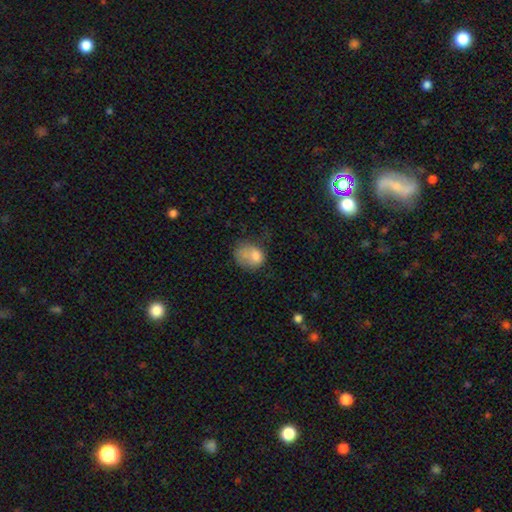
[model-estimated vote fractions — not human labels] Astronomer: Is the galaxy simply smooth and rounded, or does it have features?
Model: smooth — 73%.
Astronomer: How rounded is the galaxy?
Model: in between — 60% (runner-up: round, 39%).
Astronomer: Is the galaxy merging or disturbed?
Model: major disturbance — 35% (runner-up: minor disturbance, 29%).